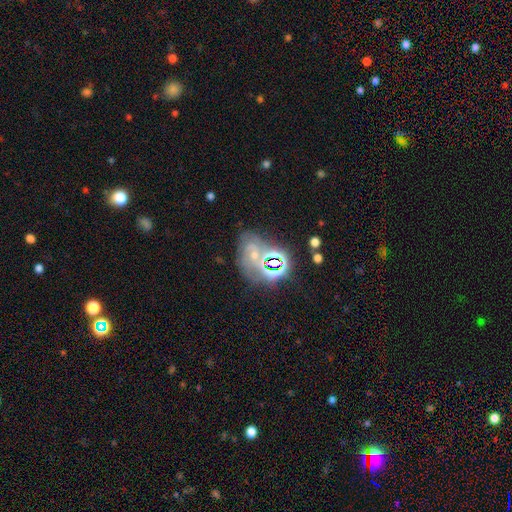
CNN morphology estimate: A featured or disk galaxy (43%). Merging: none (58%).